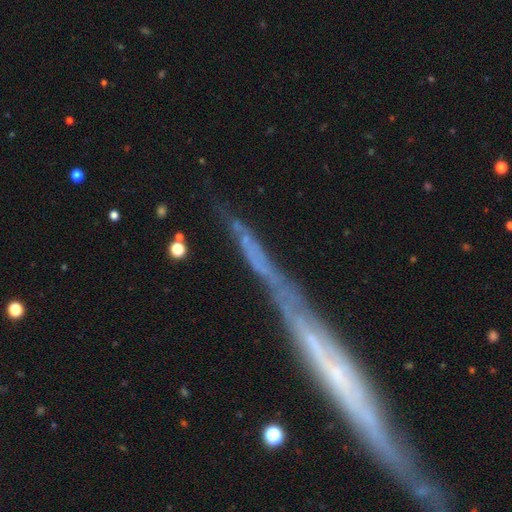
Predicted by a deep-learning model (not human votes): Smooth or featured? featured or disk (56%)
Edge-on disk? yes (72%)
Merging? none (53%)